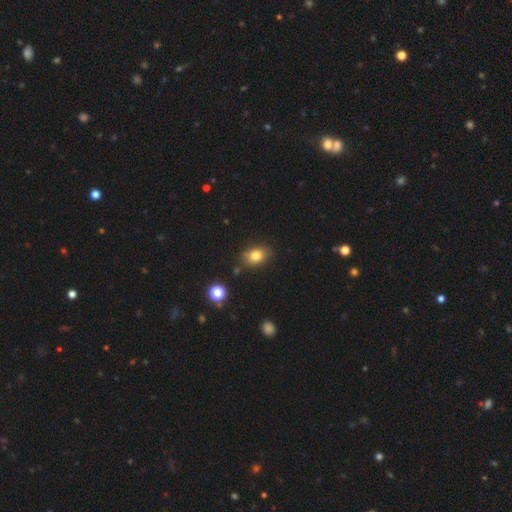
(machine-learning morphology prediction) smooth_or_featured: smooth (p=0.80) [alt: star or artifact p=0.11]
how_rounded: in between (p=0.64) [alt: round p=0.34]
merging: none (p=0.79) [alt: minor disturbance p=0.14]